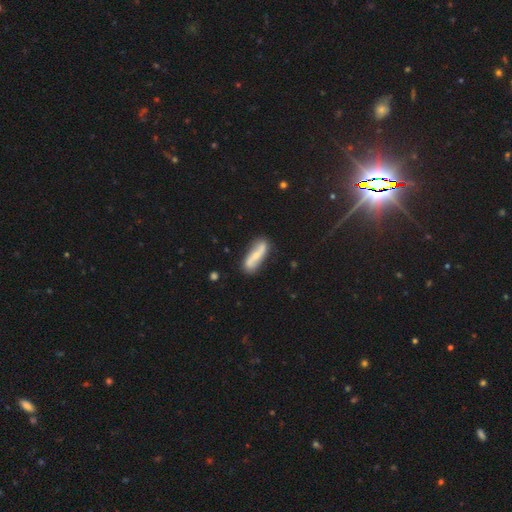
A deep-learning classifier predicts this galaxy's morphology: A featured or disk galaxy (58%). Merging: none (77%).